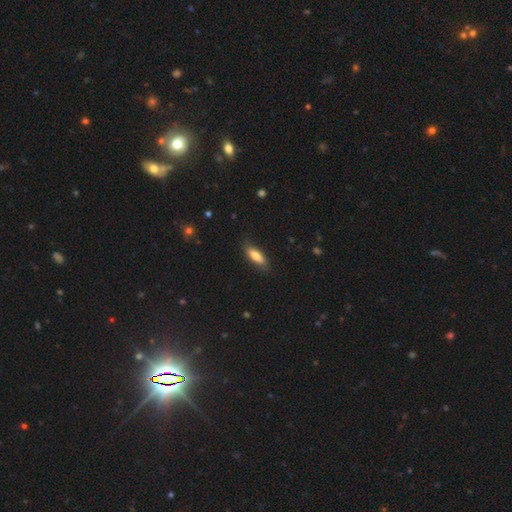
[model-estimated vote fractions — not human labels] A smooth galaxy with no disk features (76%) that is in between round and cigar-shaped (59%).

Vote fractions:
- Smooth or featured? smooth: 76% / featured or disk: 18% / star or artifact: 6%
- How rounded? in between: 59% / cigar-shaped: 39% / round: 2%
- Merging? none: 78% / minor disturbance: 17% / major disturbance: 4% / merger: 1%